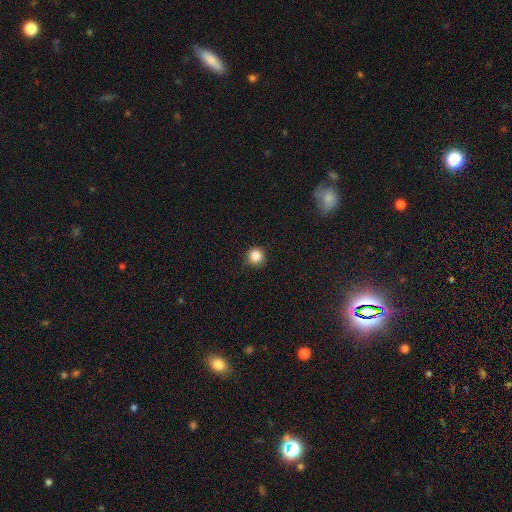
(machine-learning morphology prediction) Smooth or featured? smooth (85%)
How rounded? round (95%)
Merging? none (87%)